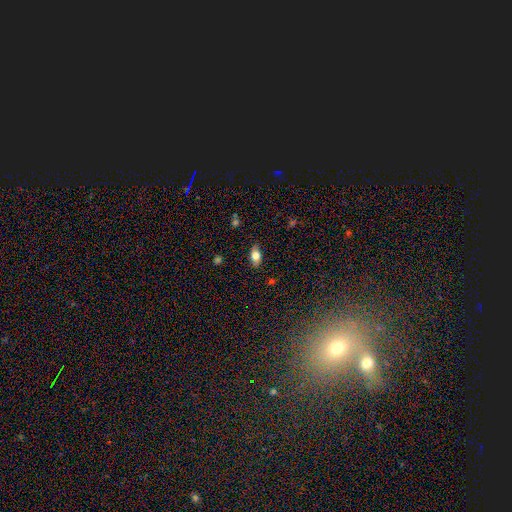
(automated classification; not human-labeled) smooth_or_featured: smooth (p=0.74) [alt: featured or disk p=0.18]
how_rounded: in between (p=0.86) [alt: round p=0.08]
merging: none (p=0.82) [alt: minor disturbance p=0.14]